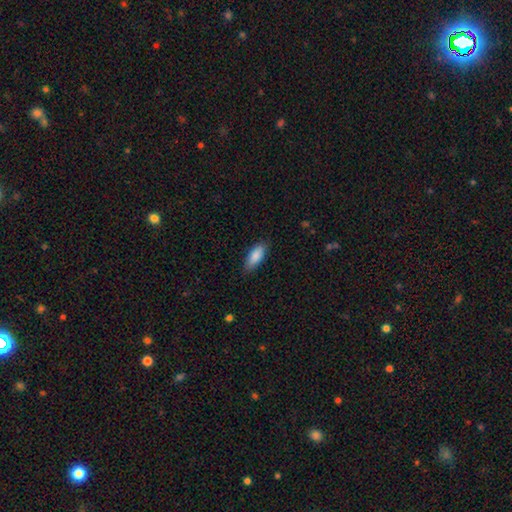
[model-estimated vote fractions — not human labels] This appears to be a smooth galaxy with no disk features (87%) that is in between round and cigar-shaped (77%). Merging: none (85%).